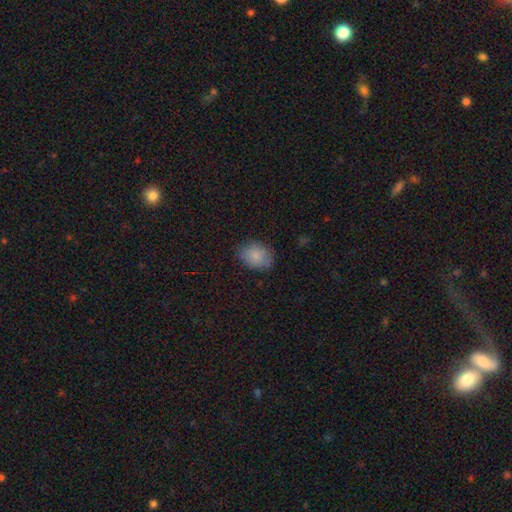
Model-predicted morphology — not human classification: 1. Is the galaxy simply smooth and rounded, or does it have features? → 85% smooth, 8% star or artifact, 7% featured or disk.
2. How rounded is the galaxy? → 64% in between, 35% round, 1% cigar-shaped.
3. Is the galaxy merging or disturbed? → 81% none, 14% minor disturbance, 3% major disturbance, 1% merger.